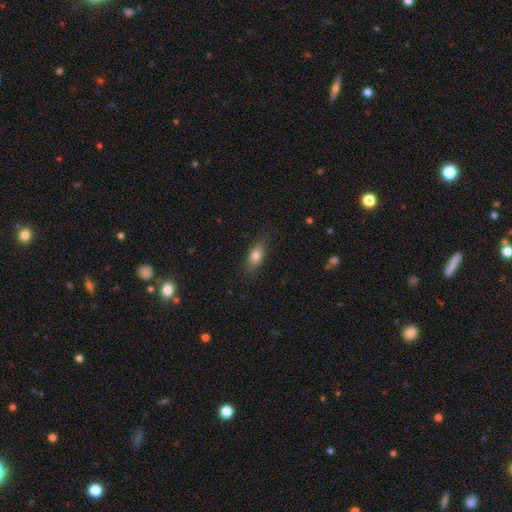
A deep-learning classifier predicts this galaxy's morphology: smooth-or-featured: smooth: 79% | featured or disk: 13% | star or artifact: 8%
  how-rounded: in between: 81% | cigar-shaped: 13% | round: 5%
  merging: none: 82% | minor disturbance: 14% | major disturbance: 4% | merger: 1%